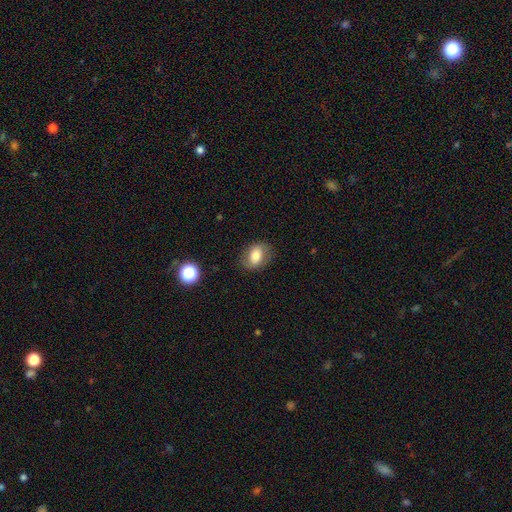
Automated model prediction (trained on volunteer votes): Q: Smooth or featured?
A: smooth (74%); runner-up: featured or disk (18%)
Q: How rounded?
A: in between (76%); runner-up: round (23%)
Q: Merging?
A: none (77%); runner-up: minor disturbance (16%)